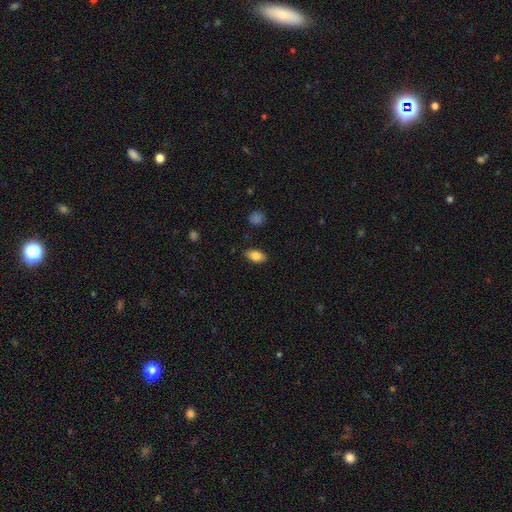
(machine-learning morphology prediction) This appears to be a smooth galaxy with no disk features (82%) that is in between round and cigar-shaped (91%). Merging: none (86%).